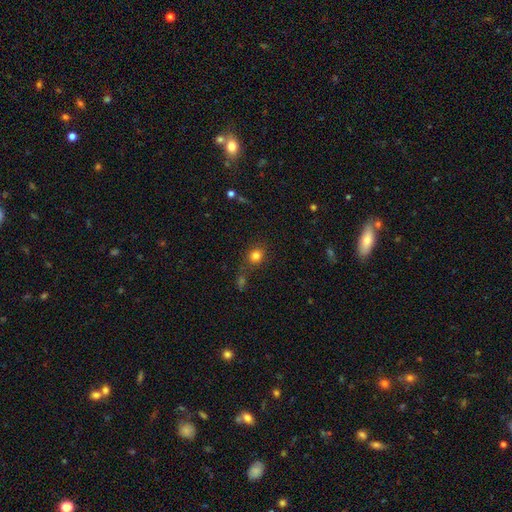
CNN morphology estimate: Smooth or featured?
  - smooth: 80% *
  - star or artifact: 14%
  - featured or disk: 6%
How rounded?
  - round: 79% *
  - in between: 20%
  - cigar-shaped: 1%
Merging?
  - none: 72% *
  - minor disturbance: 12%
  - merger: 10%
  - major disturbance: 6%